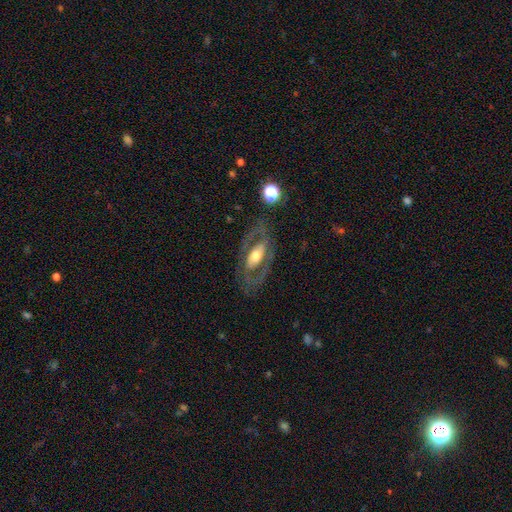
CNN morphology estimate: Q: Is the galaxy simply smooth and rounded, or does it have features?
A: featured or disk — 70%.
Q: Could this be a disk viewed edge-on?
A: no — 89%.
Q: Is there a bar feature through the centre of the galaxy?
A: no — 52%.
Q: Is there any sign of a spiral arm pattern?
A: no — 50%, tied with yes.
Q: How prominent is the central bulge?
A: moderate — 58%.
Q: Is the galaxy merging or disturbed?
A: none — 74%.